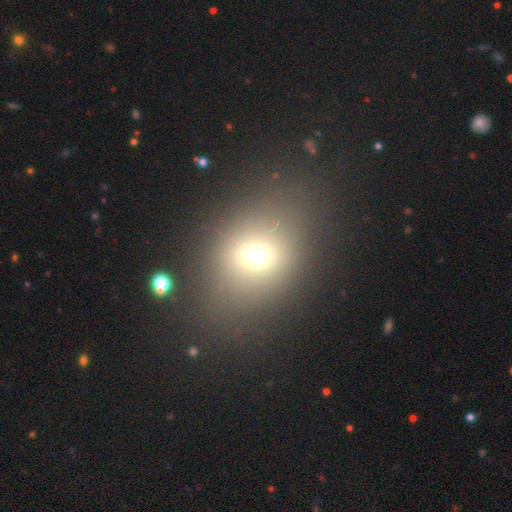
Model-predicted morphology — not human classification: Smooth or featured?
  - smooth: 63% *
  - star or artifact: 20%
  - featured or disk: 17%
How rounded?
  - in between: 59% *
  - round: 39%
  - cigar-shaped: 2%
Merging?
  - none: 79% *
  - minor disturbance: 12%
  - major disturbance: 7%
  - merger: 3%